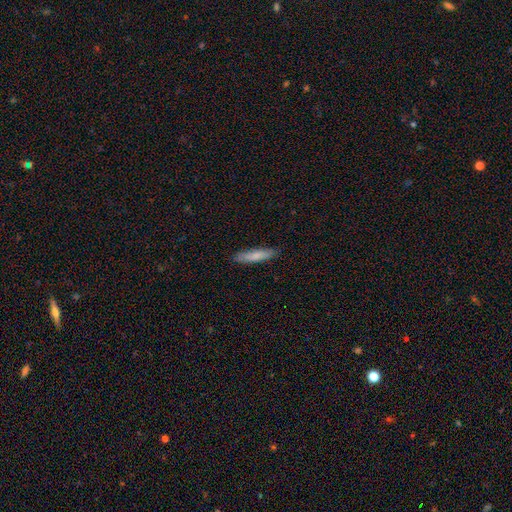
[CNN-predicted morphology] This is likely a smooth galaxy (78%). How rounded: clearly cigar-shaped (82%). Merging: clearly none (86%).